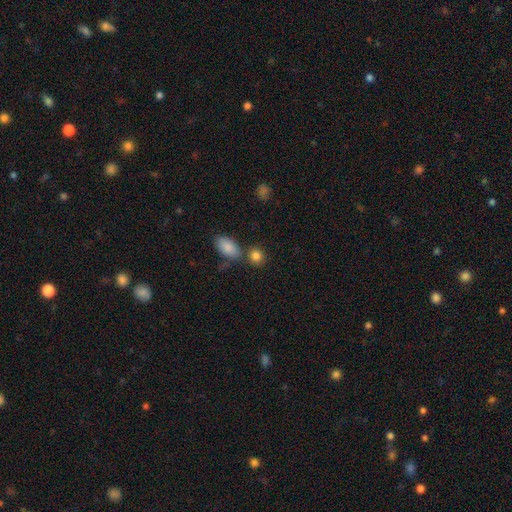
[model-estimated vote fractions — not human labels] A smooth galaxy with no disk features (85%) that is round (64%).

Vote fractions:
- Smooth or featured? smooth: 85% / star or artifact: 9% / featured or disk: 6%
- How rounded? round: 64% / in between: 34% / cigar-shaped: 2%
- Merging? none: 65% / merger: 21% / minor disturbance: 11% / major disturbance: 4%